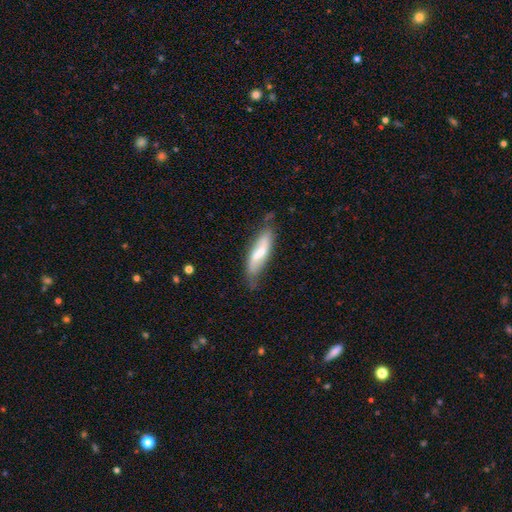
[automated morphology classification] This appears to be a smooth galaxy with no disk features (50%) that is cigar-shaped (55%). Merging: none (57%).